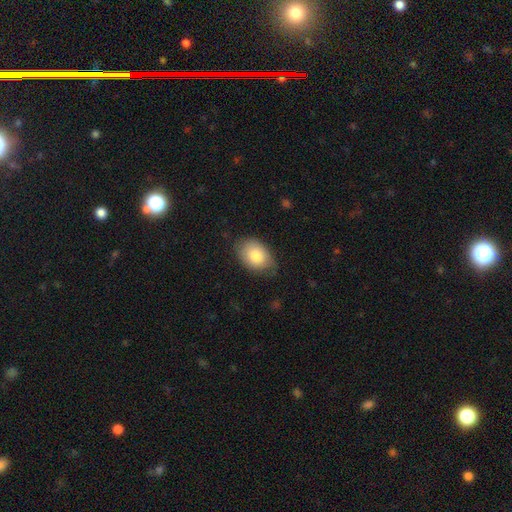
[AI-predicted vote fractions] Smooth or featured: smooth — 81% (featured or disk — 12%)
How rounded: in between — 82% (round — 17%)
Merging: none — 70% (minor disturbance — 25%)